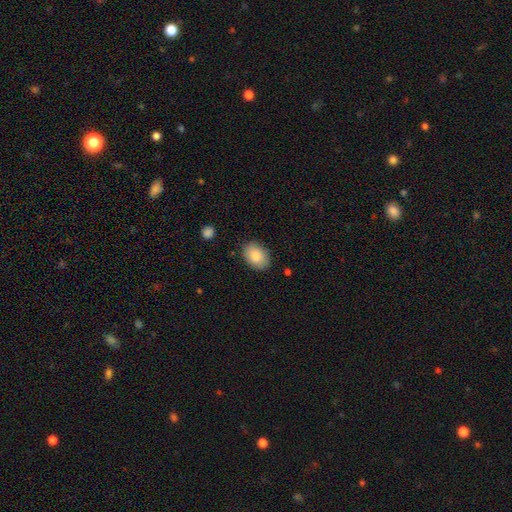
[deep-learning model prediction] A smooth galaxy with no disk features (84%) that is in between round and cigar-shaped (82%).

Vote fractions:
- Smooth or featured? smooth: 84% / featured or disk: 9% / star or artifact: 7%
- How rounded? in between: 82% / round: 17% / cigar-shaped: 1%
- Merging? none: 84% / minor disturbance: 12% / major disturbance: 3% / merger: 1%